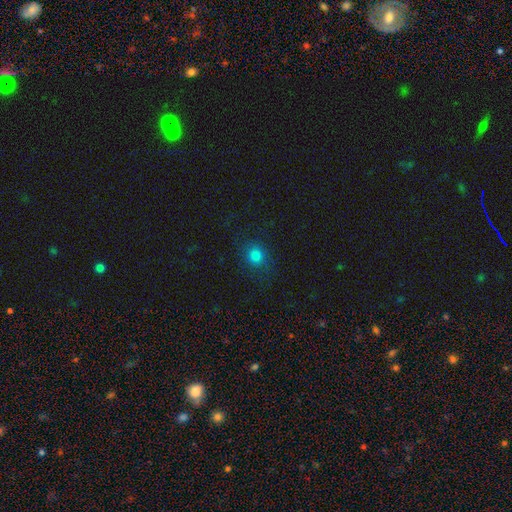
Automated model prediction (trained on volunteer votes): A smooth galaxy with no disk features (81%) that is round (81%).

Vote fractions:
- Smooth or featured? smooth: 81% / star or artifact: 13% / featured or disk: 6%
- How rounded? round: 81% / in between: 18% / cigar-shaped: 1%
- Merging? none: 83% / minor disturbance: 11% / major disturbance: 5% / merger: 1%